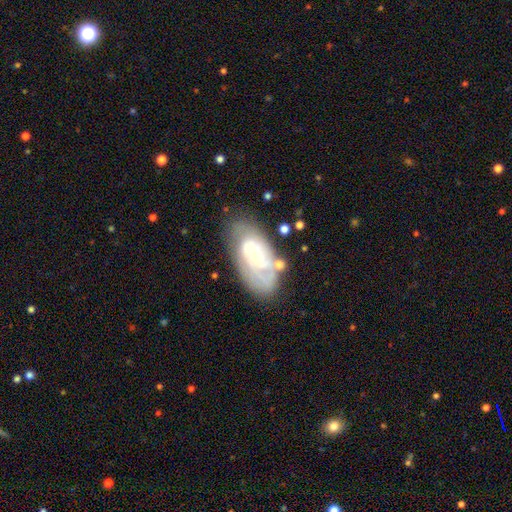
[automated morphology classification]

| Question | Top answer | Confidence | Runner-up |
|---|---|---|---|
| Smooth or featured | featured or disk | 66% | smooth (27%) |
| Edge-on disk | no | 95% | yes (5%) |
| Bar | no | 68% | weak (26%) |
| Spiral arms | yes | 79% | no (21%) |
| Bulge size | small | 60% | moderate (20%) |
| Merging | none | 59% | minor disturbance (22%) |